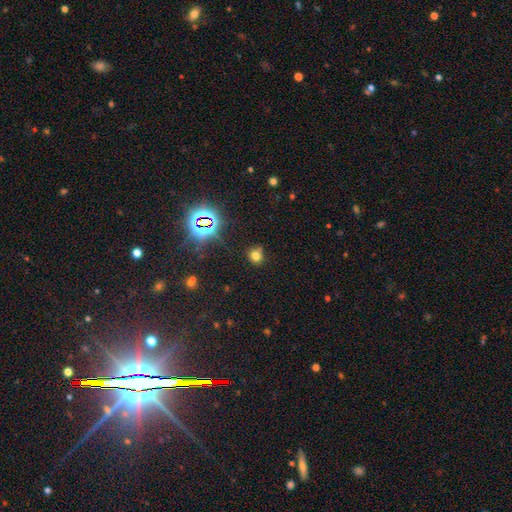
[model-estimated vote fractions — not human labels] This is likely a smooth galaxy (68%). How rounded: clearly round (81%). Merging: likely none (74%).